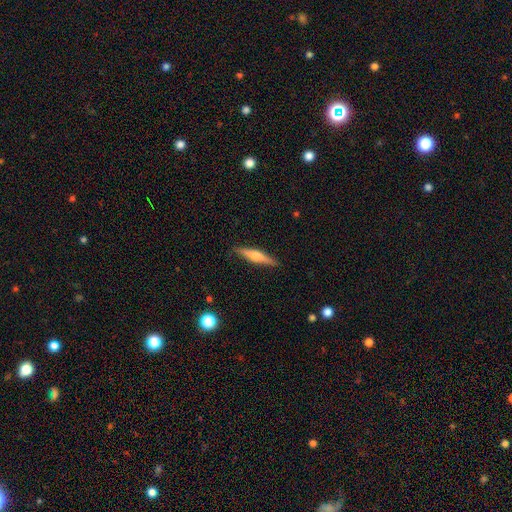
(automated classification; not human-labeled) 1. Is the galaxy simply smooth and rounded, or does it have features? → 59% featured or disk, 36% smooth, 6% star or artifact.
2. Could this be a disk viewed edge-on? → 97% yes, 3% no.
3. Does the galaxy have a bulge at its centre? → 89% rounded, 6% boxy, 5% none.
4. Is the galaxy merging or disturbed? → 89% none, 8% minor disturbance, 2% major disturbance, 1% merger.